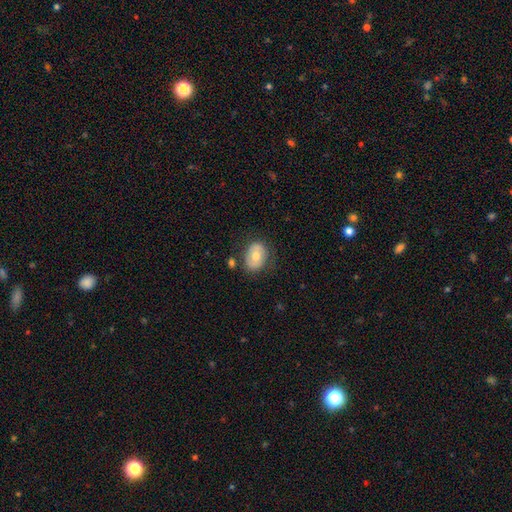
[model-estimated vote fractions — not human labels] smooth_or_featured: smooth (p=0.64) [alt: featured or disk p=0.28]
how_rounded: in between (p=0.67) [alt: round p=0.32]
merging: none (p=0.73) [alt: minor disturbance p=0.17]